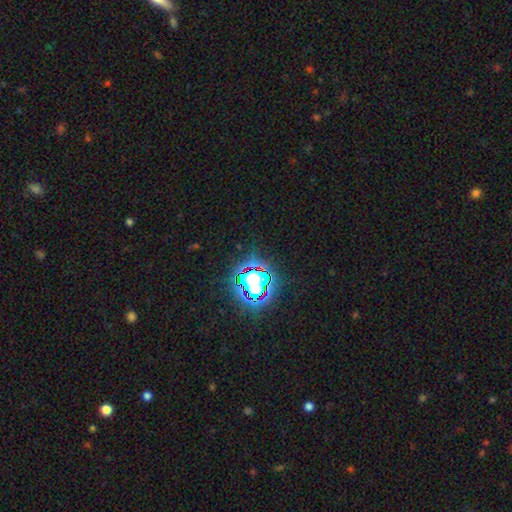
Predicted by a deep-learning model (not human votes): smooth-or-featured: star or artifact: 79% | smooth: 13% | featured or disk: 8%